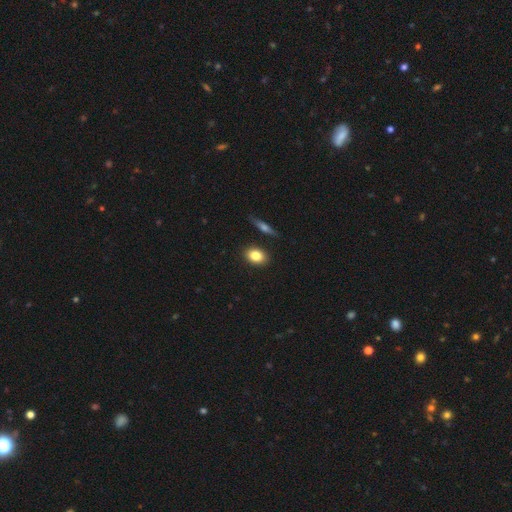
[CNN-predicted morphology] type=smooth (84%); roundness=in between (72%); merging=none (87%).